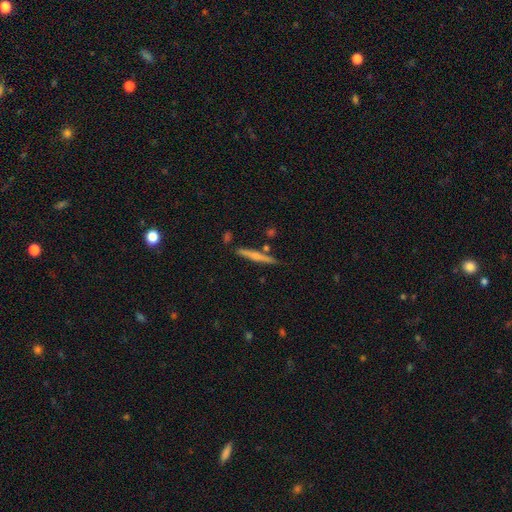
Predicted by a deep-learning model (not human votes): Smooth or featured: smooth — 47% (tied with featured or disk — 47%)
Merging: none — 83% (minor disturbance — 10%)